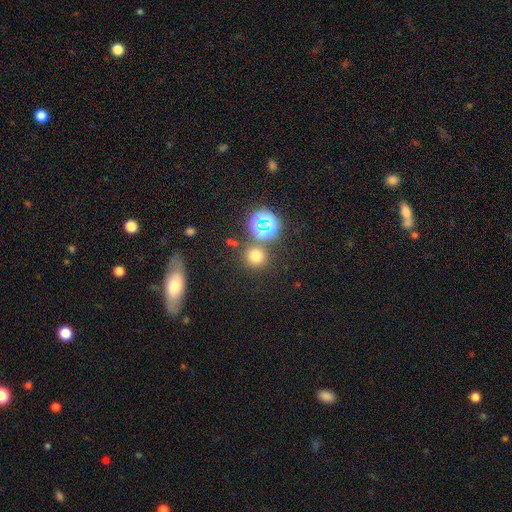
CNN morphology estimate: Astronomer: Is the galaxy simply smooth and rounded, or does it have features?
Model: smooth — 68%.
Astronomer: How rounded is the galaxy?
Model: round — 90%.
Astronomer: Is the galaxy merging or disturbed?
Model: none — 80%.